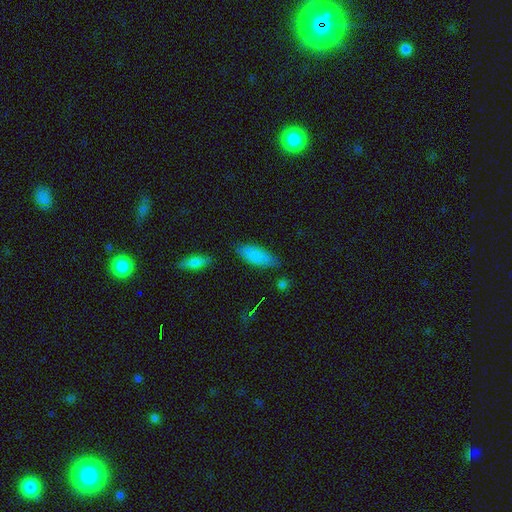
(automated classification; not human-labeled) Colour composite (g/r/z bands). It shows a smooth galaxy with no disk features (85%) that is in between round and cigar-shaped (76%). Merging: none (77%).